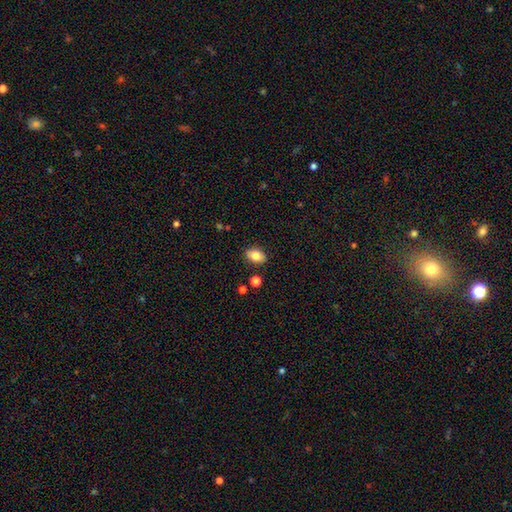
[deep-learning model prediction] The model was most divided on "smooth or featured": smooth: 80%, featured or disk: 11%, star or artifact: 8%. More confident: merging — none (86%); how rounded — in between (85%).